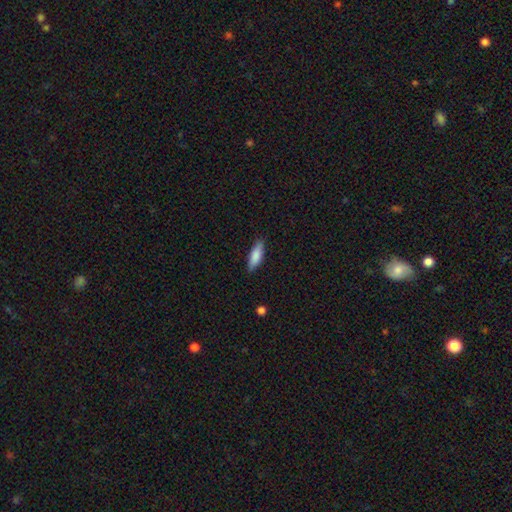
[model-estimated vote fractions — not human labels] Q: Smooth or featured?
A: smooth (83%); runner-up: featured or disk (11%)
Q: How rounded?
A: in between (60%); runner-up: cigar-shaped (38%)
Q: Merging?
A: none (83%); runner-up: minor disturbance (14%)